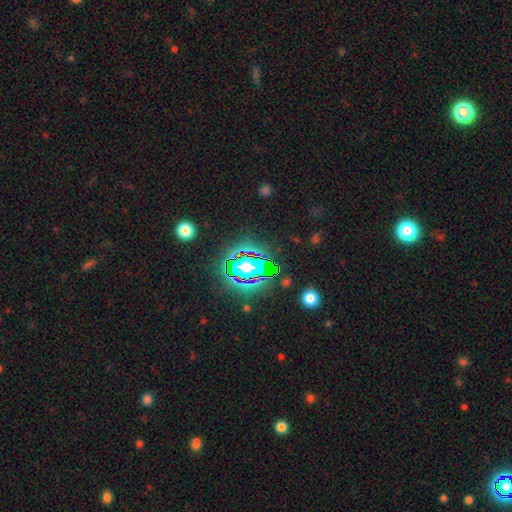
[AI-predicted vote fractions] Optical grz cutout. It shows a star or artifact, not a galaxy (81%).